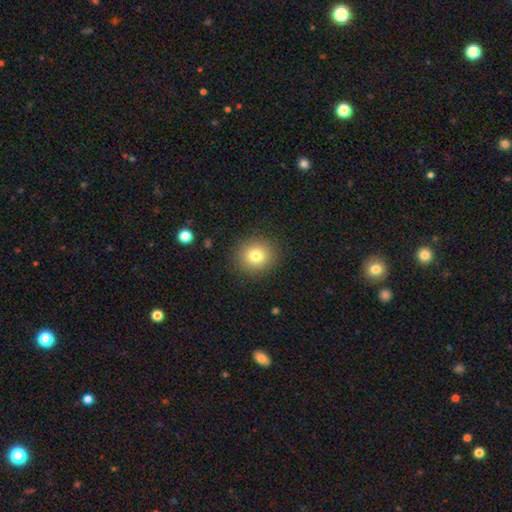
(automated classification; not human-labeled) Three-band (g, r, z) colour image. It shows a smooth galaxy with no disk features (79%) that is round (88%). Merging: none (89%).